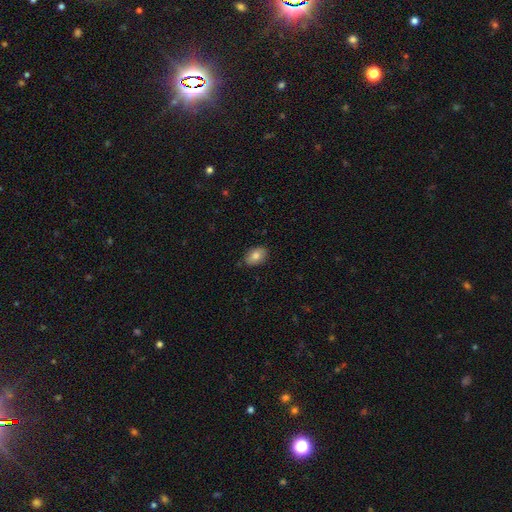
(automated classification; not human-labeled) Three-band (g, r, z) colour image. It shows a smooth galaxy with no disk features (79%) that is in between round and cigar-shaped (85%). Merging: none (83%).